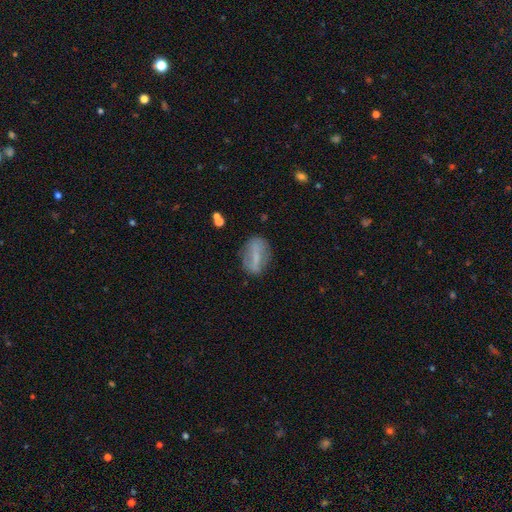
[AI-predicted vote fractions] smooth_or_featured: smooth (p=0.47) [alt: featured or disk p=0.45]
merging: none (p=0.74) [alt: minor disturbance p=0.17]